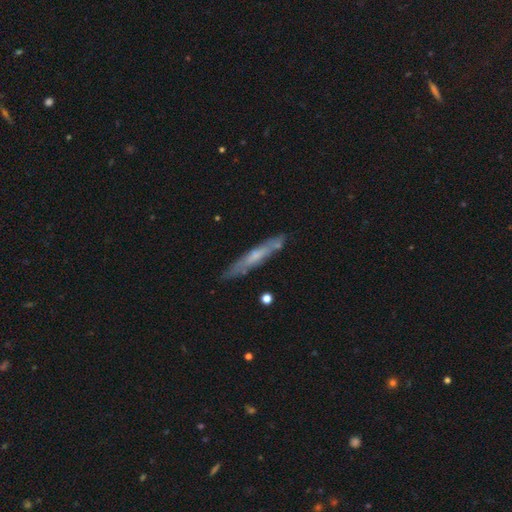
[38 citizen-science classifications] This is possibly a smooth galaxy (50%, tied with featured or disk). How rounded: clearly cigar-shaped (89%). Merging: likely none (76%).